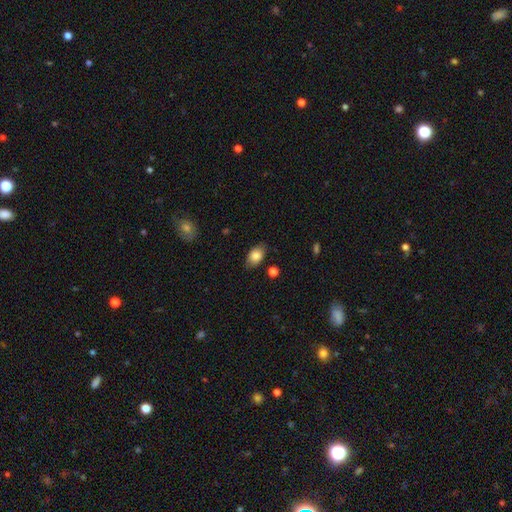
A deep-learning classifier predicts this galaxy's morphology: smooth_or_featured: smooth (p=0.83) [alt: featured or disk p=0.10]
how_rounded: in between (p=0.85) [alt: round p=0.14]
merging: none (p=0.81) [alt: minor disturbance p=0.14]